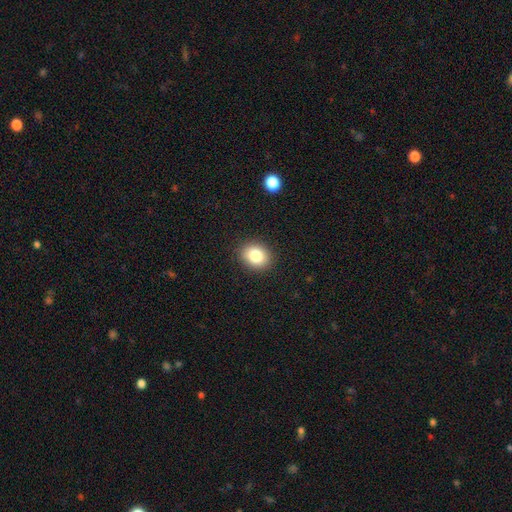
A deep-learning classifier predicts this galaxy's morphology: The model was most divided on "how rounded": round: 53%, in between: 46%, cigar-shaped: 1%. More confident: merging — none (90%); smooth or featured — smooth (82%).